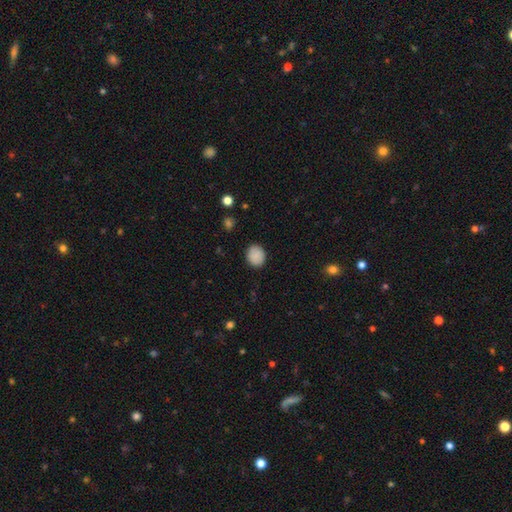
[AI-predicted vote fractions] Smooth or featured? Predicted: smooth (p=0.88). How rounded? Predicted: round (p=0.56). Merging? Predicted: none (p=0.87).